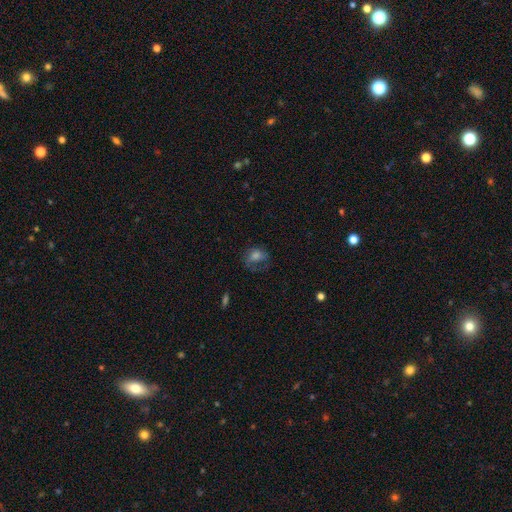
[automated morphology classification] Q: Smooth or featured?
A: smooth (52%); runner-up: featured or disk (32%)
Q: How rounded?
A: in between (53%); runner-up: round (45%)
Q: Merging?
A: none (45%); runner-up: major disturbance (30%)